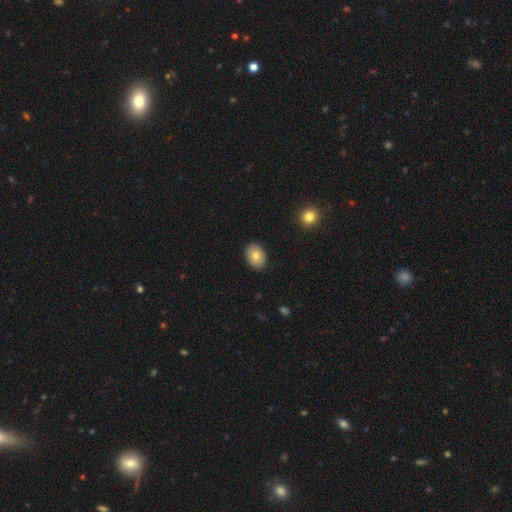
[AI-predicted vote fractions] A smooth galaxy with no disk features (78%) that is in between round and cigar-shaped (69%). Merging: none (89%).